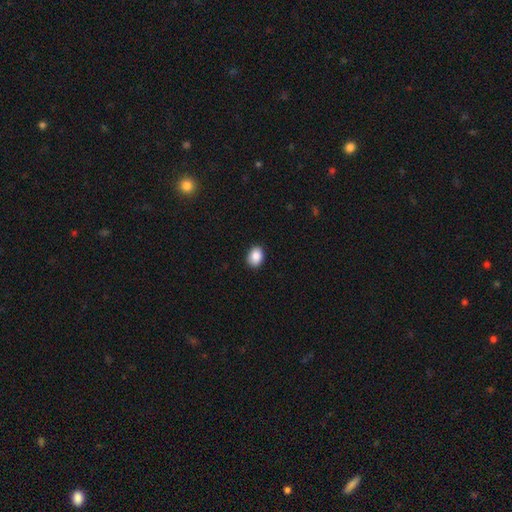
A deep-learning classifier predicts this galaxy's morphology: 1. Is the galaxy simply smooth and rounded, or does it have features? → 89% smooth, 8% star or artifact, 4% featured or disk.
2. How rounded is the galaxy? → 71% in between, 28% round, 1% cigar-shaped.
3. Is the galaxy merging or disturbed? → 89% none, 8% minor disturbance, 2% major disturbance, 1% merger.